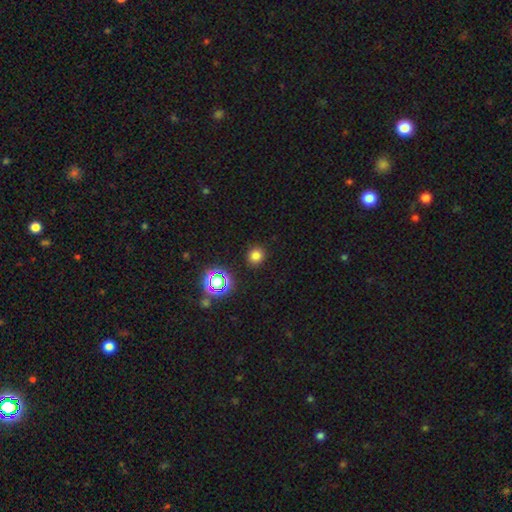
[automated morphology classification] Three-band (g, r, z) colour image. It shows a smooth galaxy with no disk features (76%) that is round (84%). Merging: none (90%).